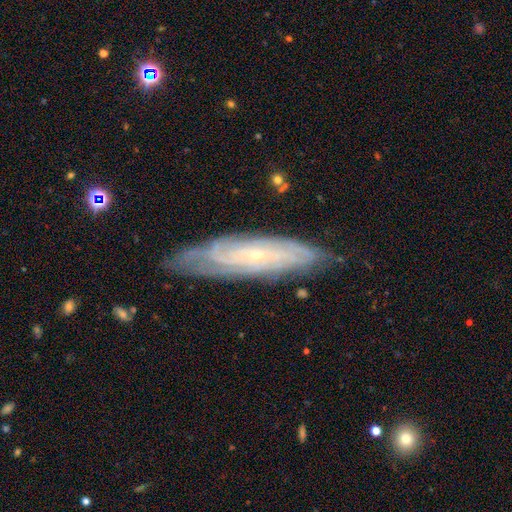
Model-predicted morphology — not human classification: smooth-or-featured: featured or disk: 80% | smooth: 13% | star or artifact: 7%
  disk-edge-on: no: 78% | yes: 22%
    bar: no: 72% | weak: 21% | strong: 7%
    has-spiral-arms: yes: 94% | no: 6%
      spiral-winding: tight: 71% | medium: 24% | loose: 5%
      spiral-arm-count: can't tell: 47% | 2: 18% | 3: 13% | 4: 12% | more than 4: 6% | 1: 5%
    bulge-size: small: 84% | moderate: 13% | none: 2% | large: 1% | dominant: 1%
  merging: none: 77% | minor disturbance: 18% | major disturbance: 4% | merger: 1%